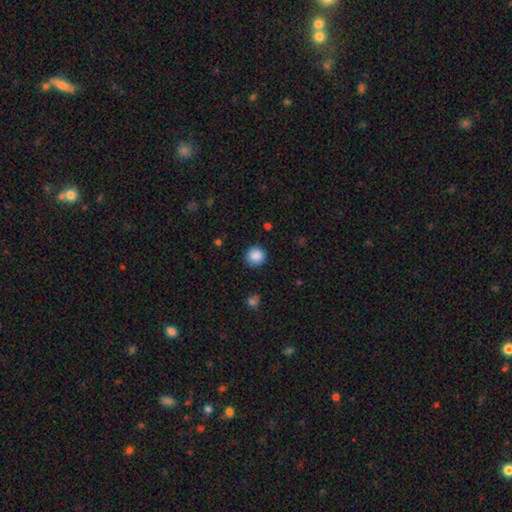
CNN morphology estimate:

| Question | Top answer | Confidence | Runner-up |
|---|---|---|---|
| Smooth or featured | smooth | 87% | star or artifact (9%) |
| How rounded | round | 91% | in between (8%) |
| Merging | none | 88% | minor disturbance (9%) |